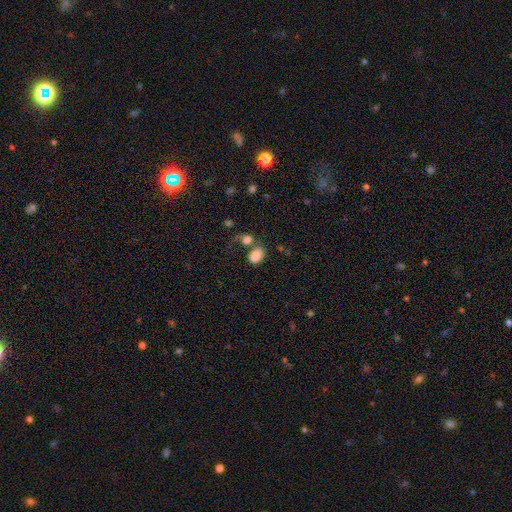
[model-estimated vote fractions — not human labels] Morphology: type=smooth (83%); roundness=in between (74%); merging=none (38%).